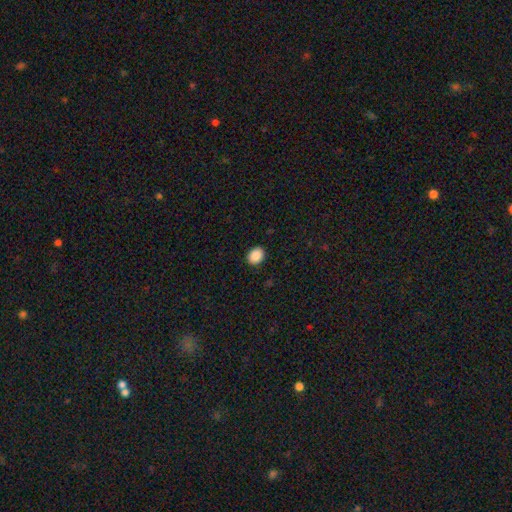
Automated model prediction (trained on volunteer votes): Morphology: type=smooth (89%); roundness=round (50%); merging=none (91%).